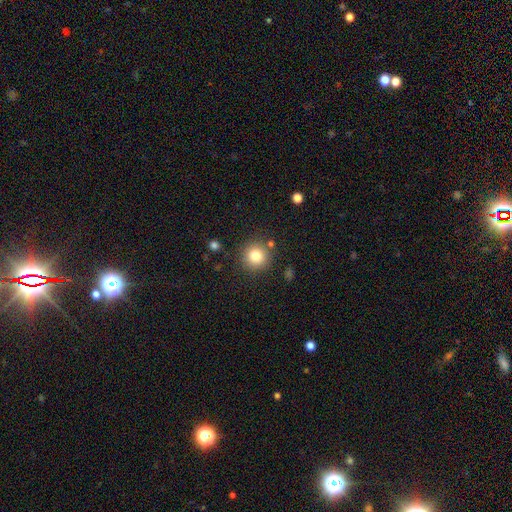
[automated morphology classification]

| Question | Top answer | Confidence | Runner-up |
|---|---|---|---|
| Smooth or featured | smooth | 81% | star or artifact (11%) |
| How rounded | round | 93% | in between (6%) |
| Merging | none | 86% | minor disturbance (8%) |